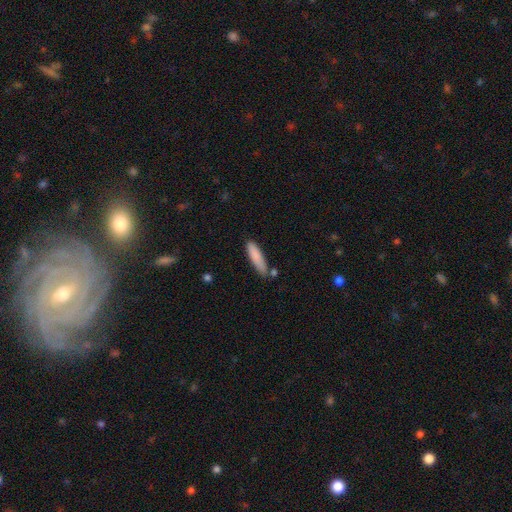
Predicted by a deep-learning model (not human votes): This appears to be a smooth galaxy with no disk features (84%) that is cigar-shaped (73%). Merging: none (74%).